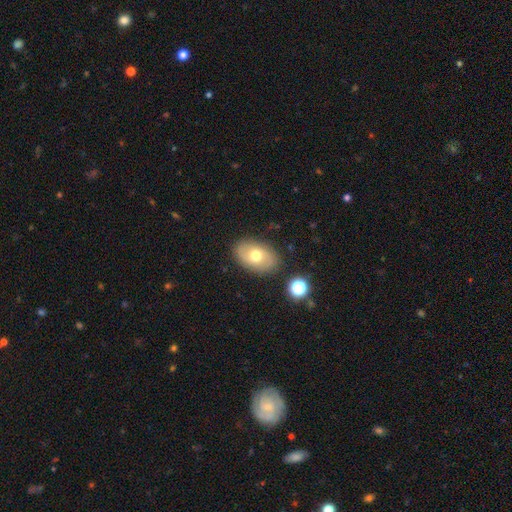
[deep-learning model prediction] Morphology: type=smooth (57%); roundness=in between (86%); merging=none (84%).